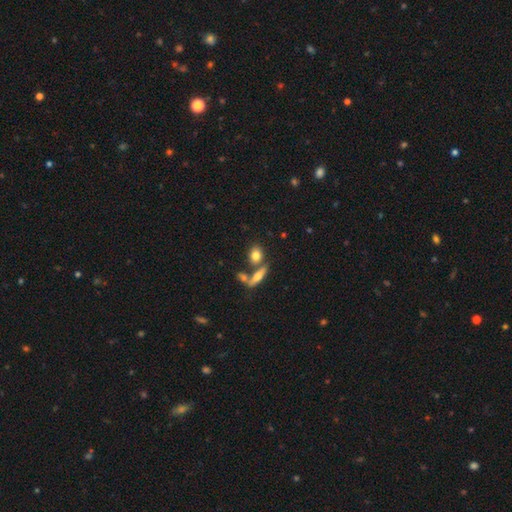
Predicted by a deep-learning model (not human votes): Morphology: type=smooth (76%); roundness=in between (55%); merging=none (60%).